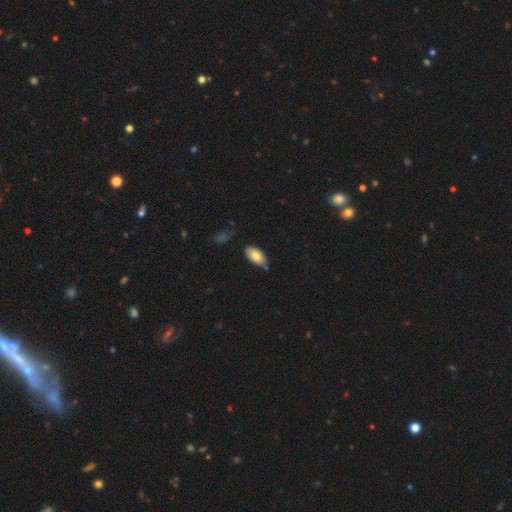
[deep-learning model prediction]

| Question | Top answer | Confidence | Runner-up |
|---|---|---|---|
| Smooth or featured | smooth | 76% | featured or disk (17%) |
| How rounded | in between | 94% | round (4%) |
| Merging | none | 74% | minor disturbance (17%) |